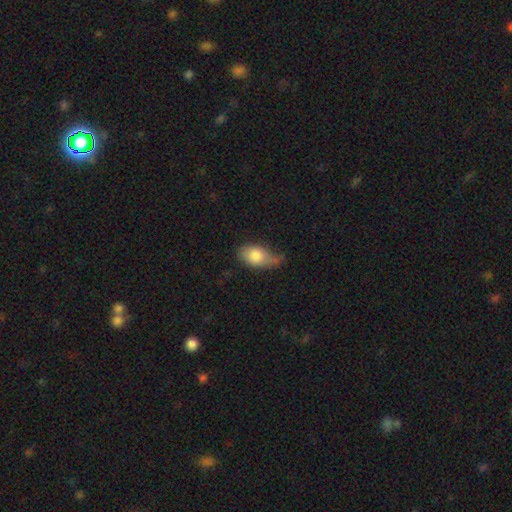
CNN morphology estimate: A smooth galaxy with no disk features (79%) that is in between round and cigar-shaped (87%). Merging: minor disturbance (42%).